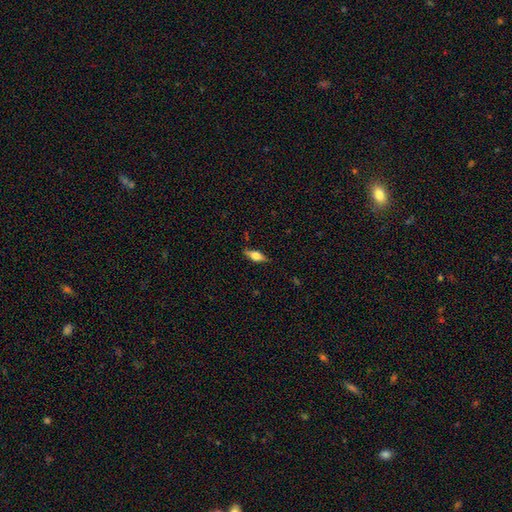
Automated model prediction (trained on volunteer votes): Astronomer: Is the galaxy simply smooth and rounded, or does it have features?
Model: featured or disk — 47% (runner-up: smooth, 45%).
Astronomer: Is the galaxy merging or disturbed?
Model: none — 82%.